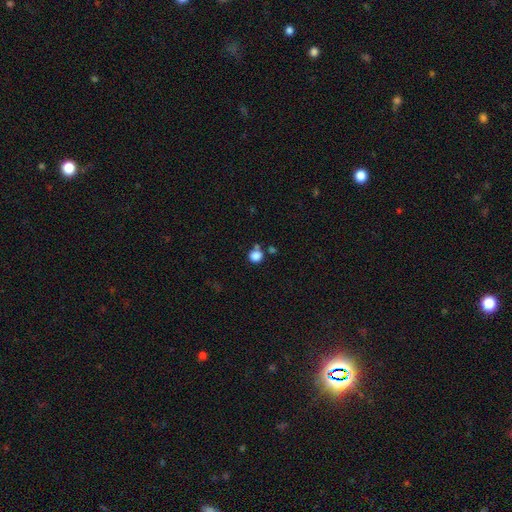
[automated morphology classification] Smooth or featured?
  - smooth: 84% *
  - star or artifact: 11%
  - featured or disk: 5%
How rounded?
  - round: 89% *
  - in between: 10%
  - cigar-shaped: 1%
Merging?
  - none: 67% *
  - merger: 16%
  - minor disturbance: 12%
  - major disturbance: 5%